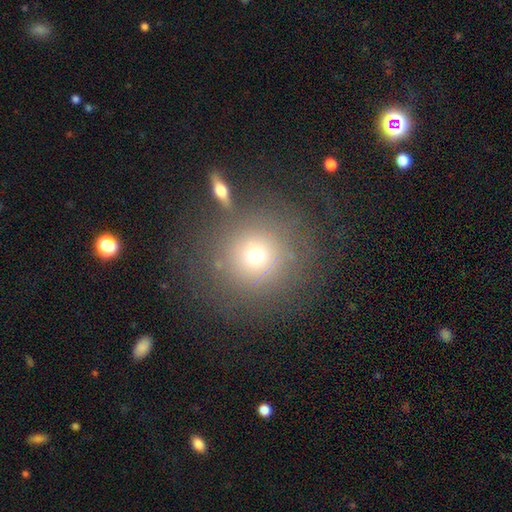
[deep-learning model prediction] Smooth or featured? Predicted: smooth (p=0.65). How rounded? Predicted: round (p=0.93). Merging? Predicted: none (p=0.77).